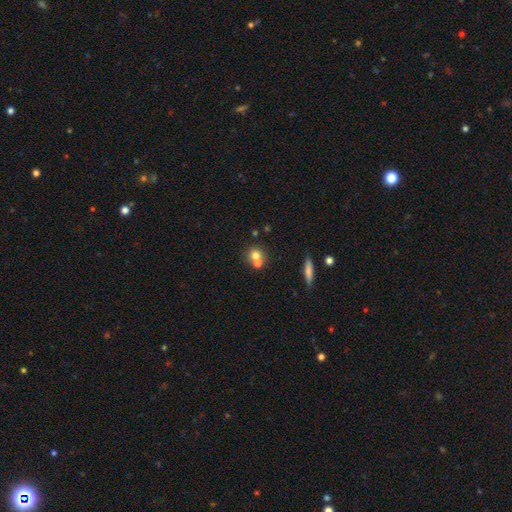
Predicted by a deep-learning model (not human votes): Smooth or featured? smooth (68%)
How rounded? round (86%)
Merging? merger (47%)